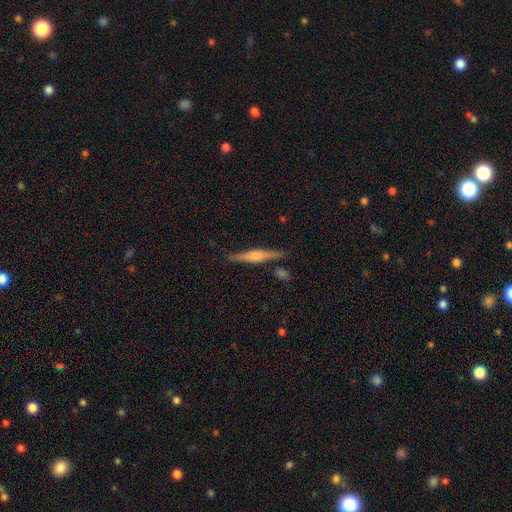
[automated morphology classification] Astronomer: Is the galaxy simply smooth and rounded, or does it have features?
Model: featured or disk — 58% (runner-up: smooth, 36%).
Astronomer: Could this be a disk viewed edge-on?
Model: yes — 97%.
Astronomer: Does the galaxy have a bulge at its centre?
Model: rounded — 64%.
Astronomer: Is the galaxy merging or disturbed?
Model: none — 84%.